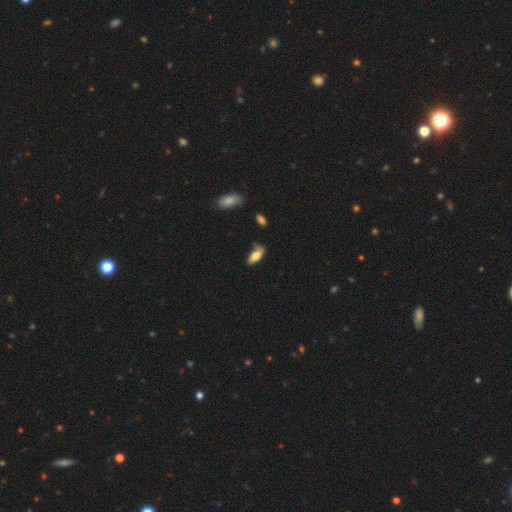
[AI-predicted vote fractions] smooth 73%, featured or disk 20%, star or artifact 7%. Down the decision tree: how rounded — in between (85%); merging — none (45%).